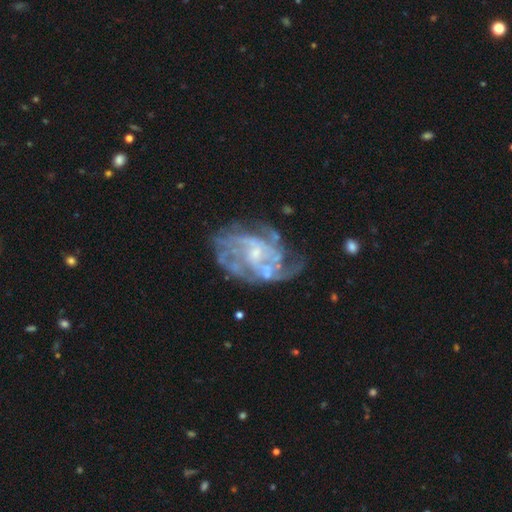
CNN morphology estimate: Smooth or featured: featured or disk — 84% (star or artifact — 8%)
Edge-on disk: no — 98% (yes — 2%)
Bar: no — 58% (weak — 35%)
Spiral arms: yes — 87% (no — 13%)
Spiral winding: tight — 43% (medium — 41%)
Spiral arm count: can't tell — 39% (3 — 16%)
Bulge size: small — 66% (moderate — 21%)
Merging: none — 56% (minor disturbance — 22%)